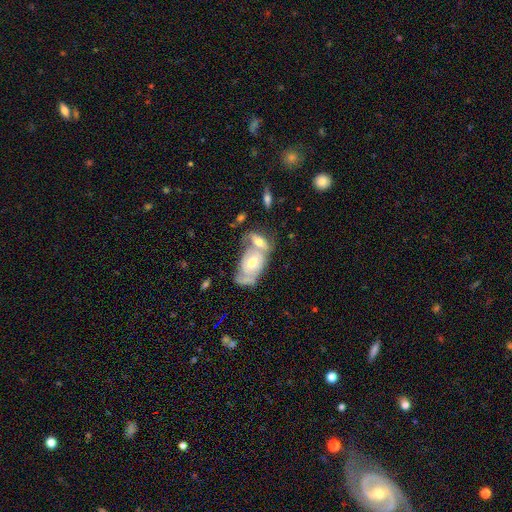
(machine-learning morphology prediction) The model was most divided on "merging": merger: 52%, none: 26%, minor disturbance: 12%, major disturbance: 10%. More confident: edge-on disk — no (93%); bar — no (78%); bulge size — moderate (68%); smooth or featured — featured or disk (68%); spiral arms — yes (67%).